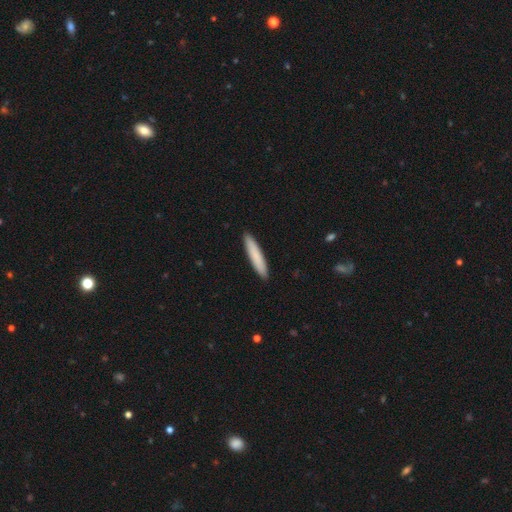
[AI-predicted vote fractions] This is clearly a smooth galaxy (82%). How rounded: clearly cigar-shaped (91%). Merging: clearly none (92%).